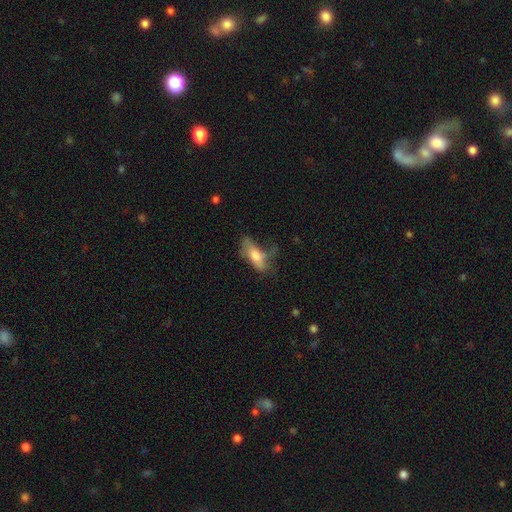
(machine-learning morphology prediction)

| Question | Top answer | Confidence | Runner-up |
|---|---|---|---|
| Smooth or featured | smooth | 62% | featured or disk (30%) |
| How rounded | in between | 74% | cigar-shaped (23%) |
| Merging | none | 38% | minor disturbance (30%) |